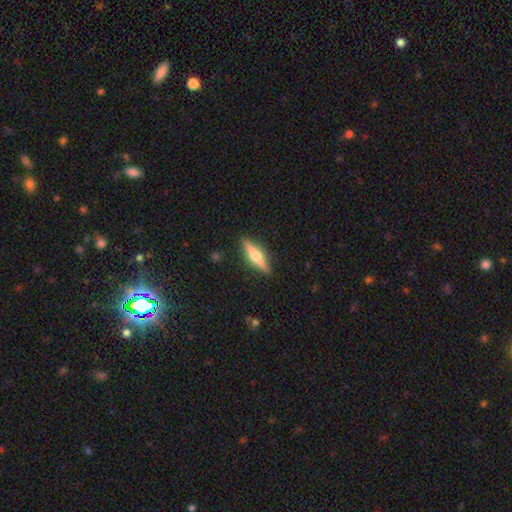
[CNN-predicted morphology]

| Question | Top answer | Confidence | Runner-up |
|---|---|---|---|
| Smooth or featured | featured or disk | 66% | smooth (29%) |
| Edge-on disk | yes | 96% | no (4%) |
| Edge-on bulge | rounded | 93% | boxy (4%) |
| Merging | none | 90% | minor disturbance (7%) |